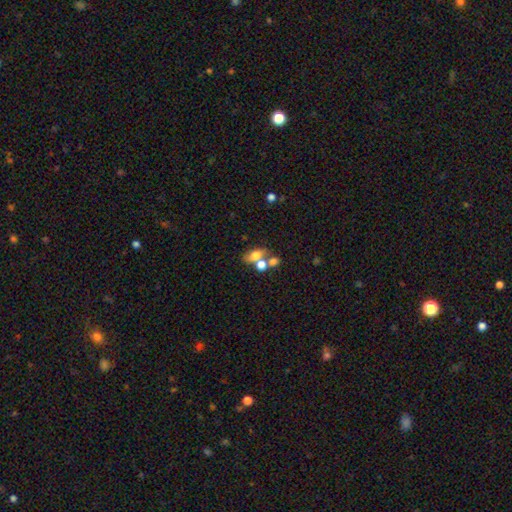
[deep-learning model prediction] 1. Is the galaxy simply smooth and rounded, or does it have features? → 65% smooth, 23% featured or disk, 12% star or artifact.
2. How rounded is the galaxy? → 72% in between, 21% round, 6% cigar-shaped.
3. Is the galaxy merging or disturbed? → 47% merger, 35% none, 10% minor disturbance, 7% major disturbance.